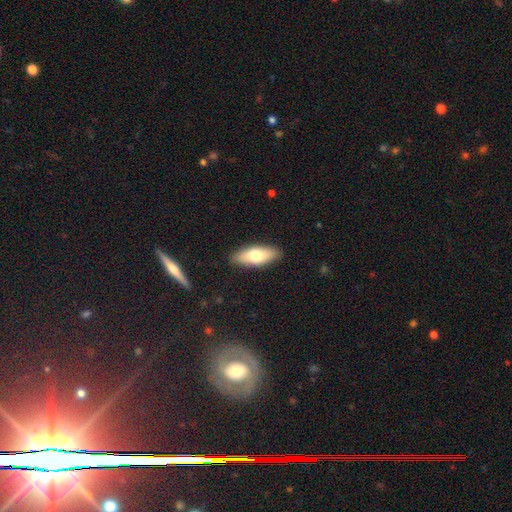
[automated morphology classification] smooth-or-featured: smooth: 70% | featured or disk: 24% | star or artifact: 6%
  how-rounded: in between: 76% | cigar-shaped: 22% | round: 2%
  merging: none: 88% | minor disturbance: 9% | major disturbance: 2% | merger: 1%